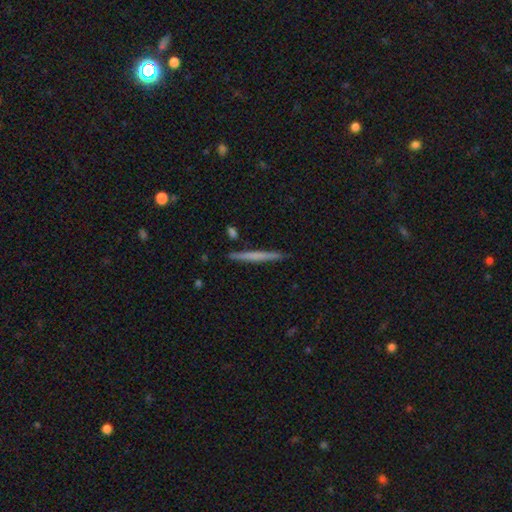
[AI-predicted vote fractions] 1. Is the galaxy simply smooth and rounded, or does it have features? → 53% smooth, 41% featured or disk, 6% star or artifact.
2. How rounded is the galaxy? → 97% cigar-shaped, 2% in between, 1% round.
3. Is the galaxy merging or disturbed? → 90% none, 7% minor disturbance, 2% merger, 1% major disturbance.